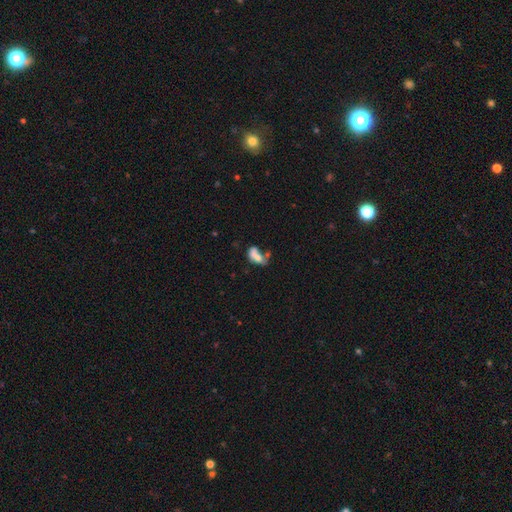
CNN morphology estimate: A smooth galaxy with no disk features (63%) that is in between round and cigar-shaped (83%).

Vote fractions:
- Smooth or featured? smooth: 63% / featured or disk: 25% / star or artifact: 11%
- How rounded? in between: 83% / round: 10% / cigar-shaped: 7%
- Merging? merger: 49% / none: 20% / major disturbance: 17% / minor disturbance: 13%